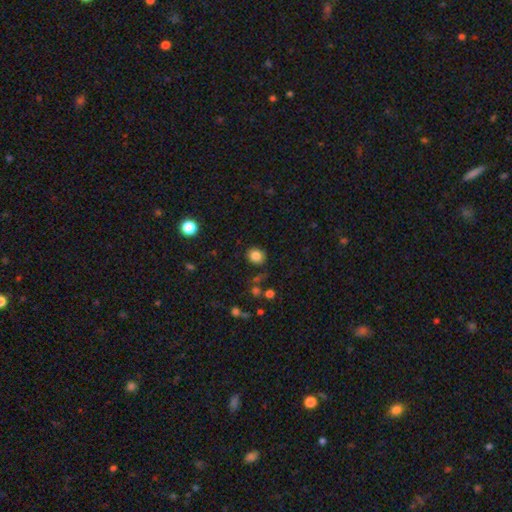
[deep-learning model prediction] Smooth or featured?
  - smooth: 83% *
  - star or artifact: 11%
  - featured or disk: 6%
How rounded?
  - round: 74% *
  - in between: 25%
  - cigar-shaped: 1%
Merging?
  - none: 84% *
  - minor disturbance: 11%
  - major disturbance: 3%
  - merger: 2%